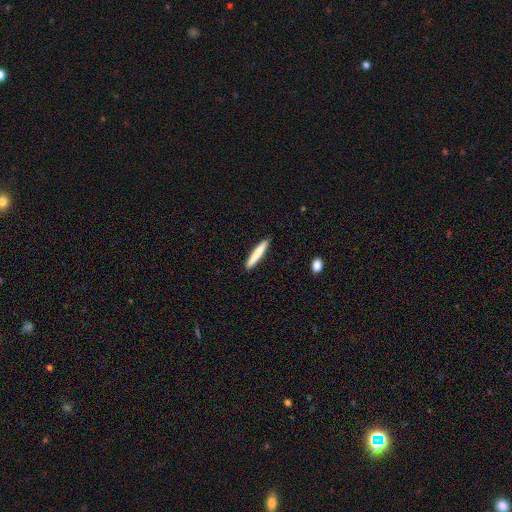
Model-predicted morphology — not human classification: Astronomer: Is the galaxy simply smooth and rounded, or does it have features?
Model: smooth — 78%.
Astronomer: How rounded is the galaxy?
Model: cigar-shaped — 95%.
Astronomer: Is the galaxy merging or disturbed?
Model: none — 91%.